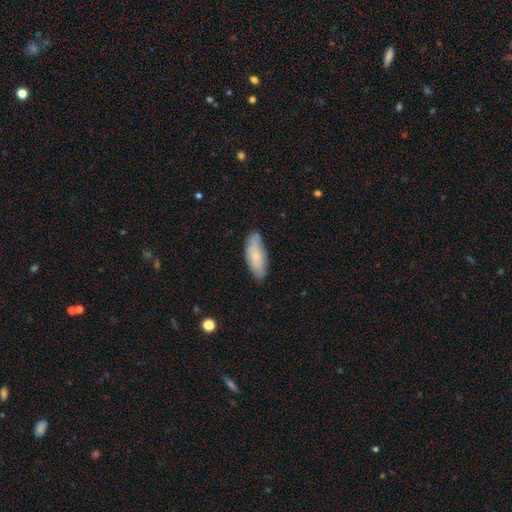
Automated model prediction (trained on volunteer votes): Smooth or featured? Predicted: smooth (p=0.71). How rounded? Predicted: in between (p=0.75). Merging? Predicted: none (p=0.76).